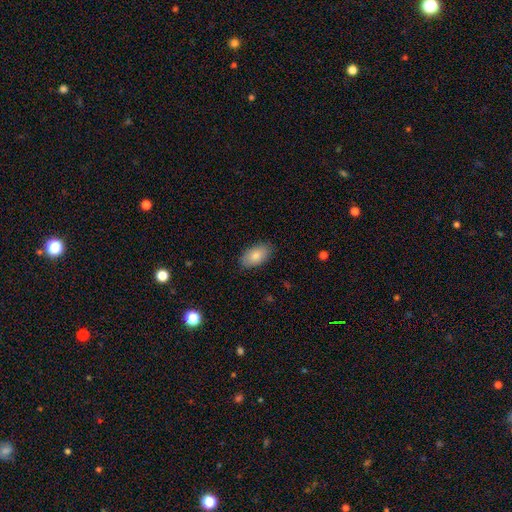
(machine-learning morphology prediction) Q: Smooth or featured?
A: smooth (83%); runner-up: featured or disk (10%)
Q: How rounded?
A: in between (94%); runner-up: round (4%)
Q: Merging?
A: none (87%); runner-up: minor disturbance (10%)